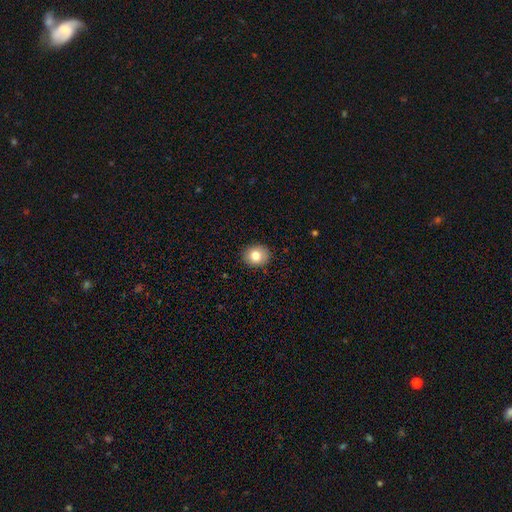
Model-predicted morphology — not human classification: This is clearly a smooth galaxy (81%). How rounded: likely round (65%). Merging: clearly none (89%).